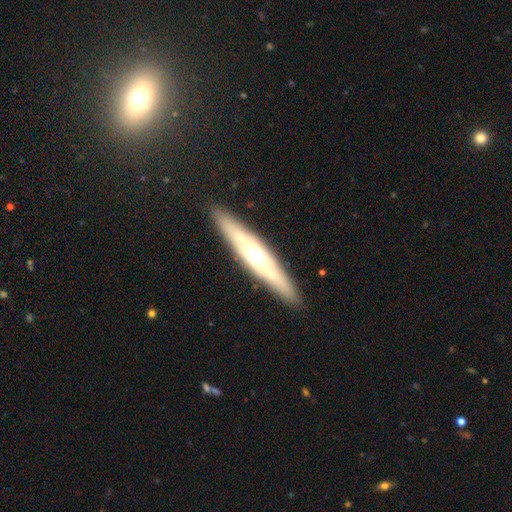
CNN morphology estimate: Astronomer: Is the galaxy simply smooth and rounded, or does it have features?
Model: featured or disk — 65%.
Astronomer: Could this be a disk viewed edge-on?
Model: yes — 85%.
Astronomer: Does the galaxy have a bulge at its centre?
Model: rounded — 81%.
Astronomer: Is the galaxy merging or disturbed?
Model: none — 88%.